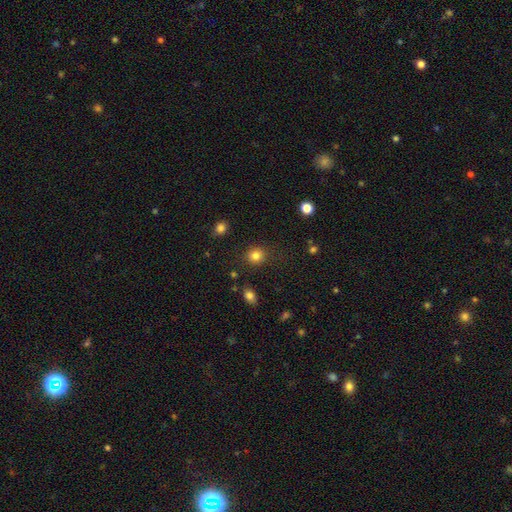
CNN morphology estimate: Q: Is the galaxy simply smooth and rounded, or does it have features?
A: smooth — 83%.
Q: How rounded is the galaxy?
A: round — 83%.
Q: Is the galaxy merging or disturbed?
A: none — 84%.